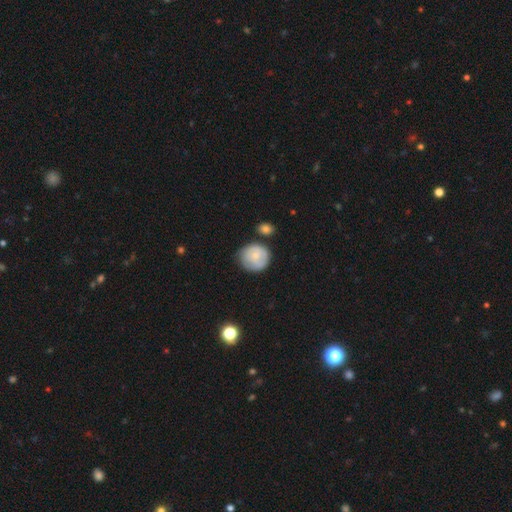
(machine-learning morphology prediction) Q: Smooth or featured?
A: smooth (62%); runner-up: featured or disk (32%)
Q: How rounded?
A: round (84%); runner-up: in between (15%)
Q: Merging?
A: none (63%); runner-up: minor disturbance (24%)